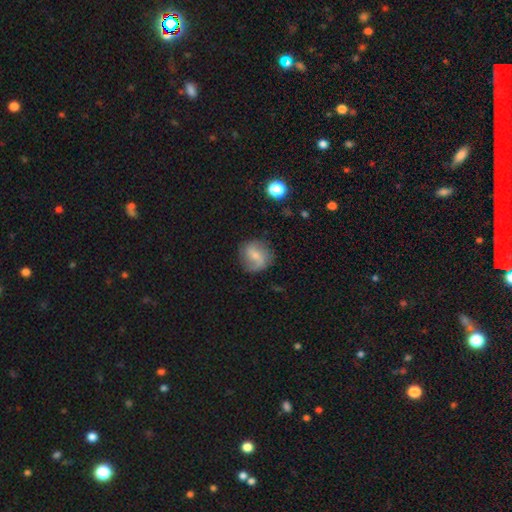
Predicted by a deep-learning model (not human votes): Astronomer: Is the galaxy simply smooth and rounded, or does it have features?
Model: featured or disk — 46% (runner-up: smooth, 45%).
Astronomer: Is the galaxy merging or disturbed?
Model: none — 77%.